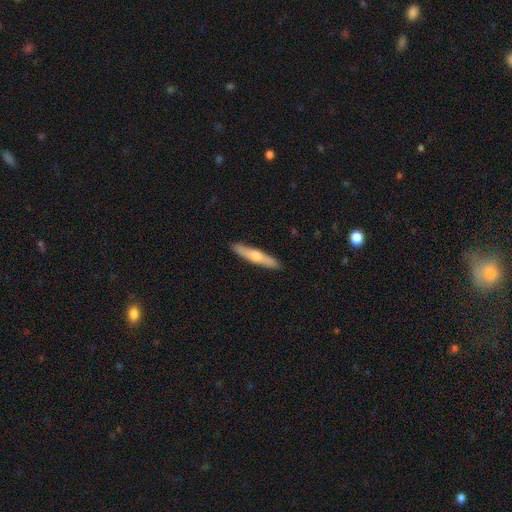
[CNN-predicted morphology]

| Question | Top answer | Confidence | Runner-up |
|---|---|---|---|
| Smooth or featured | featured or disk | 49% | smooth (45%) |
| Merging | none | 91% | minor disturbance (7%) |